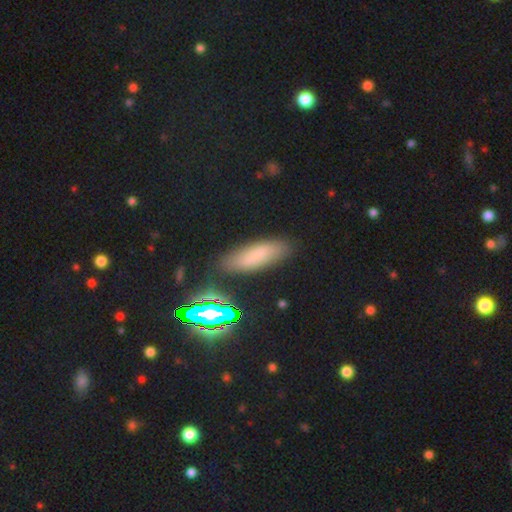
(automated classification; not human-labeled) Q: Smooth or featured?
A: smooth (69%); runner-up: star or artifact (20%)
Q: How rounded?
A: in between (55%); runner-up: cigar-shaped (41%)
Q: Merging?
A: none (84%); runner-up: minor disturbance (11%)